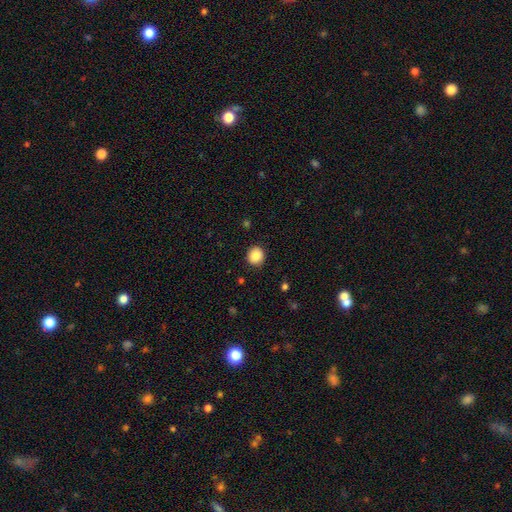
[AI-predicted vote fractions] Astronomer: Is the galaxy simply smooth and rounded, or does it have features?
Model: smooth — 88%.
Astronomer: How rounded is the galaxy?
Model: round — 88%.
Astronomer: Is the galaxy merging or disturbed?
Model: none — 91%.